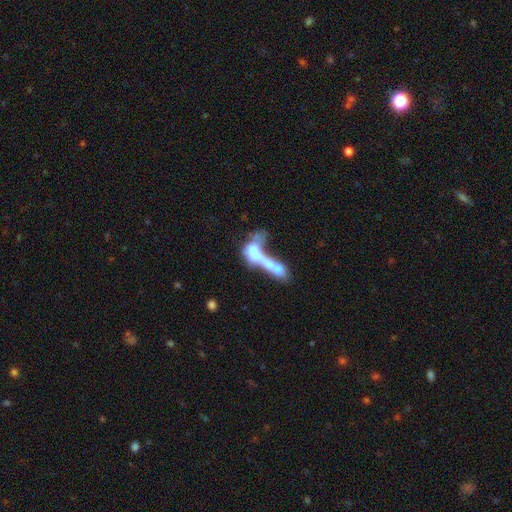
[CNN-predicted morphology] smooth-or-featured: featured or disk: 46% | smooth: 43% | star or artifact: 11%
  merging: merger: 70% | major disturbance: 17% | none: 8% | minor disturbance: 5%